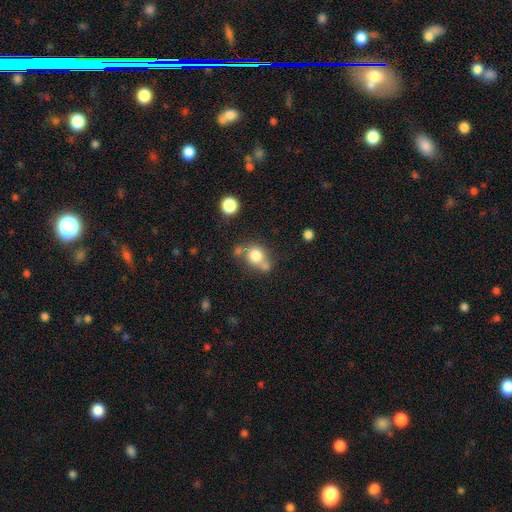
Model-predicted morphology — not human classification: A smooth galaxy with no disk features (77%) that is round (74%). Merging: none (47%).